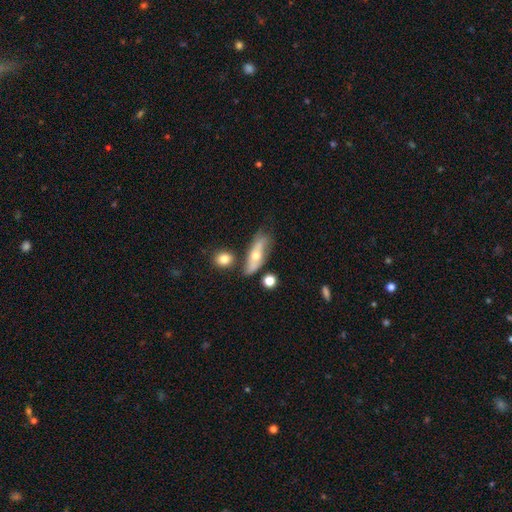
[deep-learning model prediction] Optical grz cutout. It shows a smooth galaxy with no disk features (52%) that is in between round and cigar-shaped (56%). Merging: none (58%).